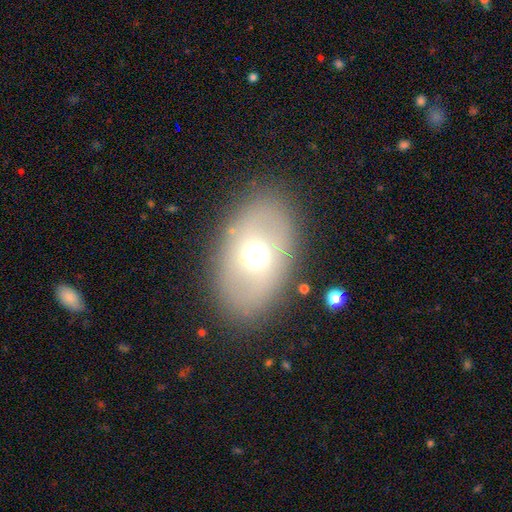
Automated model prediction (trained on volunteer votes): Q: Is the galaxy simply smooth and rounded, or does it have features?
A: smooth — 57%.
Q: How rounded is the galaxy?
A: in between — 81%.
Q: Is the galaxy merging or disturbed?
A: none — 83%.